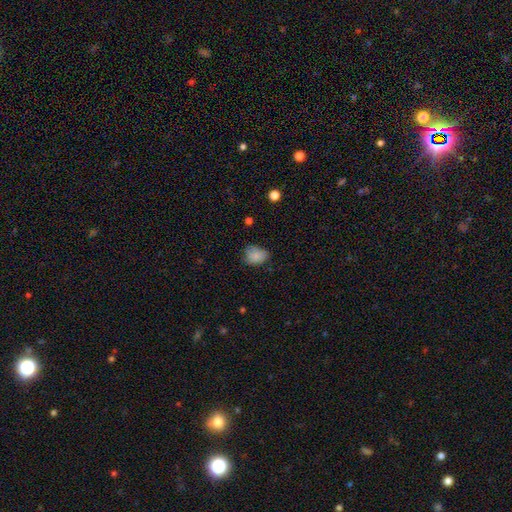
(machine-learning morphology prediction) Smooth or featured: smooth — 83% (star or artifact — 10%)
How rounded: in between — 61% (round — 38%)
Merging: none — 59% (minor disturbance — 32%)